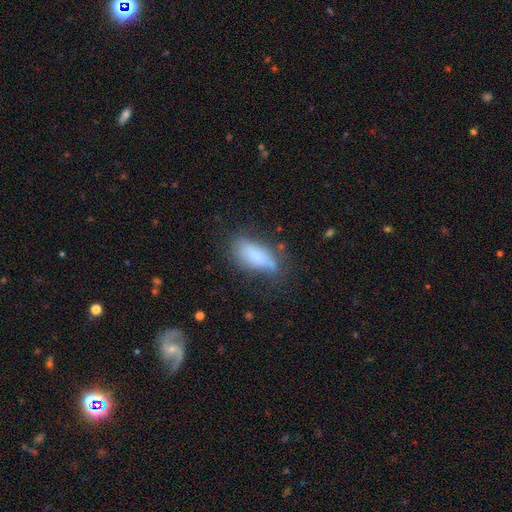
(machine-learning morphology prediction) The model was most divided on "merging": none: 53%, minor disturbance: 29%, major disturbance: 14%, merger: 4%. More confident: how rounded — in between (85%); smooth or featured — smooth (74%).